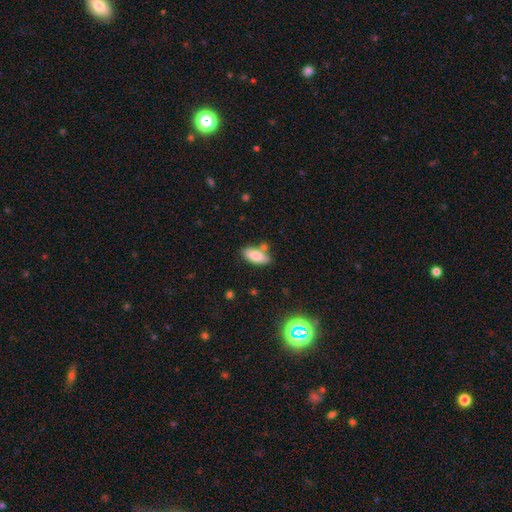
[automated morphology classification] Q: Smooth or featured?
A: smooth (83%); runner-up: featured or disk (9%)
Q: How rounded?
A: in between (83%); runner-up: cigar-shaped (14%)
Q: Merging?
A: none (72%); runner-up: minor disturbance (14%)